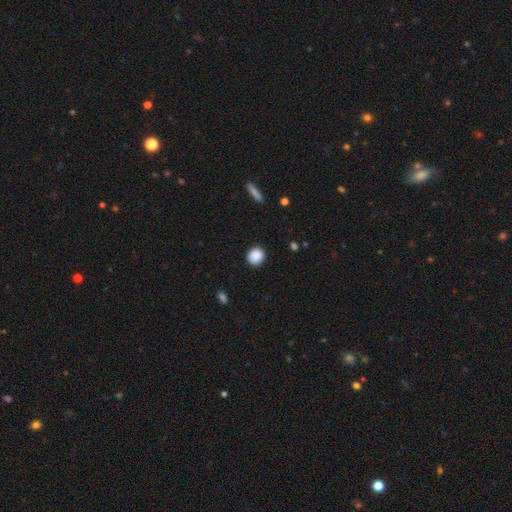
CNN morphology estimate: This is clearly a smooth galaxy (89%). How rounded: clearly round (87%). Merging: clearly none (91%).